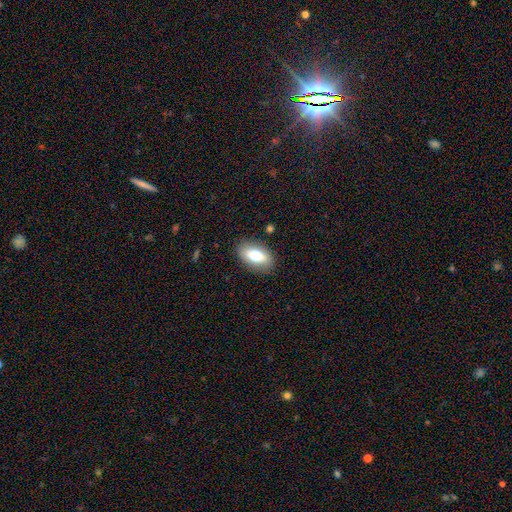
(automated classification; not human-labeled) smooth_or_featured: smooth (p=0.71) [alt: featured or disk p=0.21]
how_rounded: in between (p=0.90) [alt: round p=0.06]
merging: none (p=0.86) [alt: minor disturbance p=0.10]